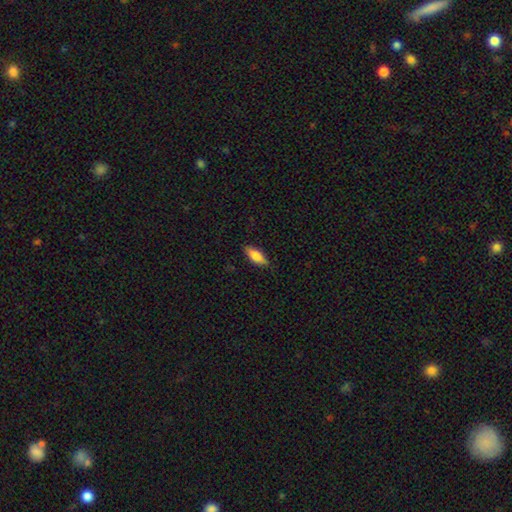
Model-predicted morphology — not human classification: Smooth or featured: smooth — 80% (featured or disk — 13%)
How rounded: in between — 75% (cigar-shaped — 23%)
Merging: none — 83% (minor disturbance — 14%)